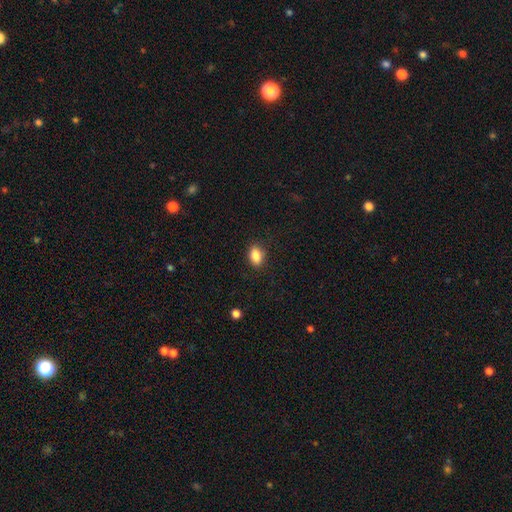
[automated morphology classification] A smooth galaxy with no disk features (85%) that is in between round and cigar-shaped (81%).

Vote fractions:
- Smooth or featured? smooth: 85% / star or artifact: 9% / featured or disk: 6%
- How rounded? in between: 81% / round: 17% / cigar-shaped: 2%
- Merging? none: 86% / minor disturbance: 10% / major disturbance: 2% / merger: 1%